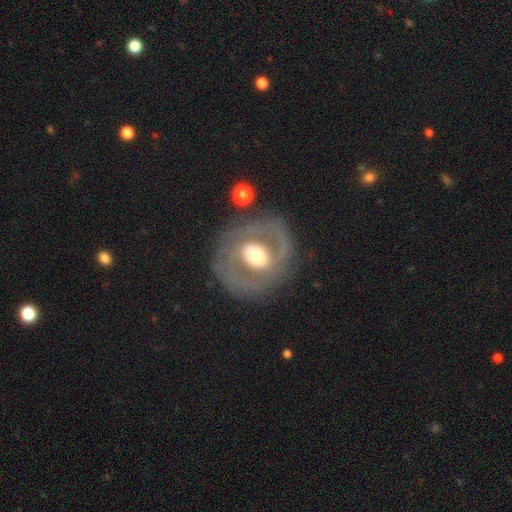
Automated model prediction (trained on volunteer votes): A featured or disk galaxy (76%) with no bar (46%), 2 (77%) medium (41%, tied with tight) spiral arms (71%) and a moderate central bulge (60%).

Vote fractions:
- Smooth or featured? featured or disk: 76% / smooth: 18% / star or artifact: 6%
- Edge-on disk? no: 97% / yes: 3%
- Bar? no: 46% / weak: 34% / strong: 20%
- Spiral arms? yes: 71% / no: 29%
- Spiral winding? medium: 41% (tied) / tight: 41% (tied) / loose: 18%
- Spiral arm count? 2: 77% / can't tell: 11% / 1: 4% / 3: 3% / 4: 2% / more than 4: 2%
- Bulge size? moderate: 60% / large: 25% / small: 11% / dominant: 3% / none: 1%
- Merging? none: 77% / minor disturbance: 12% / major disturbance: 9% / merger: 2%